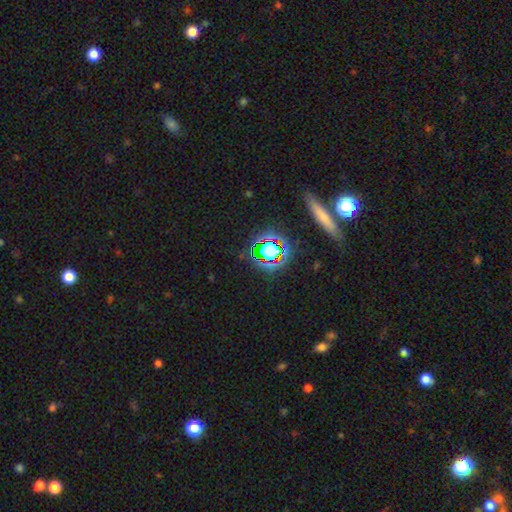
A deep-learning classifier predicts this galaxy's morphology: smooth-or-featured: star or artifact: 67% | smooth: 20% | featured or disk: 14%